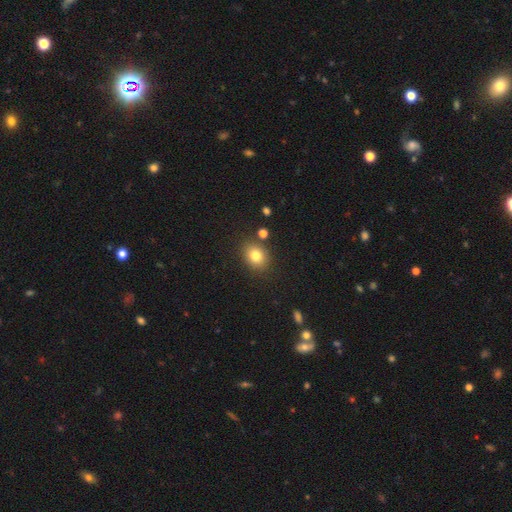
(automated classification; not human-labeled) Q: Smooth or featured?
A: smooth (80%); runner-up: star or artifact (12%)
Q: How rounded?
A: round (55%); runner-up: in between (44%)
Q: Merging?
A: none (82%); runner-up: minor disturbance (10%)